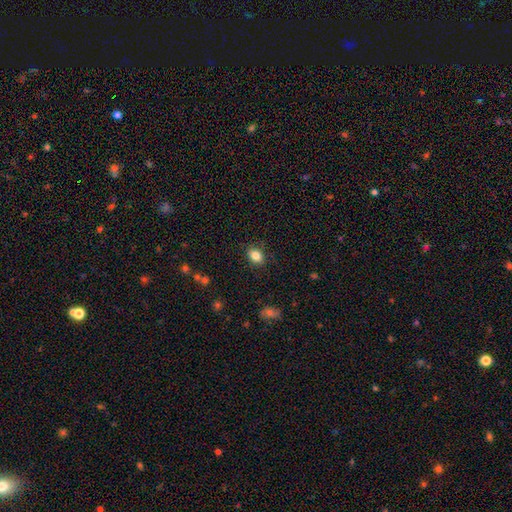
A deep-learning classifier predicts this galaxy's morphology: A smooth galaxy with no disk features (84%) that is in between round and cigar-shaped (71%).

Vote fractions:
- Smooth or featured? smooth: 84% / star or artifact: 9% / featured or disk: 6%
- How rounded? in between: 71% / round: 28% / cigar-shaped: 1%
- Merging? none: 86% / minor disturbance: 10% / major disturbance: 2% / merger: 1%